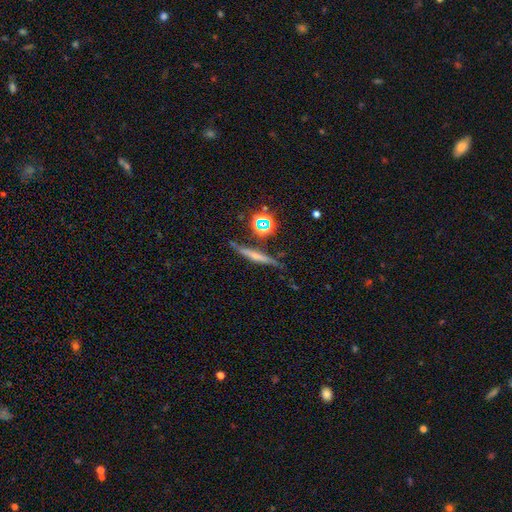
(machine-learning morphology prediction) Smooth or featured? featured or disk (47%)
Merging? none (77%)